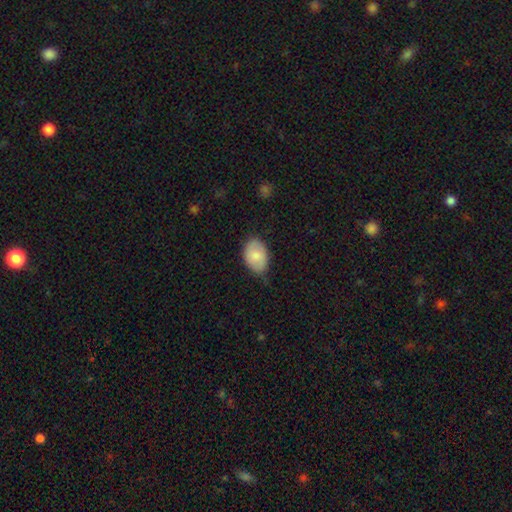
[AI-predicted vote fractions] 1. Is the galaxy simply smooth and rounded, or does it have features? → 80% smooth, 14% featured or disk, 6% star or artifact.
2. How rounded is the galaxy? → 87% in between, 12% round, 1% cigar-shaped.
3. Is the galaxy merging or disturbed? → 67% none, 27% minor disturbance, 4% major disturbance, 1% merger.